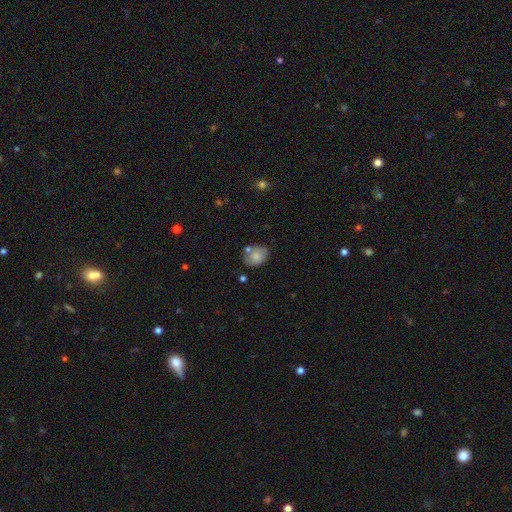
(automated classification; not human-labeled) Smooth or featured: smooth — 81% (featured or disk — 10%)
How rounded: in between — 66% (round — 33%)
Merging: none — 65% (minor disturbance — 19%)